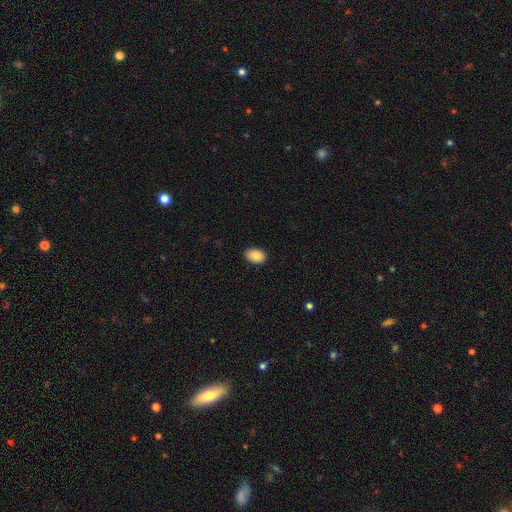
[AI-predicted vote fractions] smooth-or-featured: smooth: 86% | star or artifact: 7% | featured or disk: 7%
  how-rounded: in between: 87% | round: 12% | cigar-shaped: 1%
  merging: none: 89% | minor disturbance: 9% | major disturbance: 2% | merger: 1%